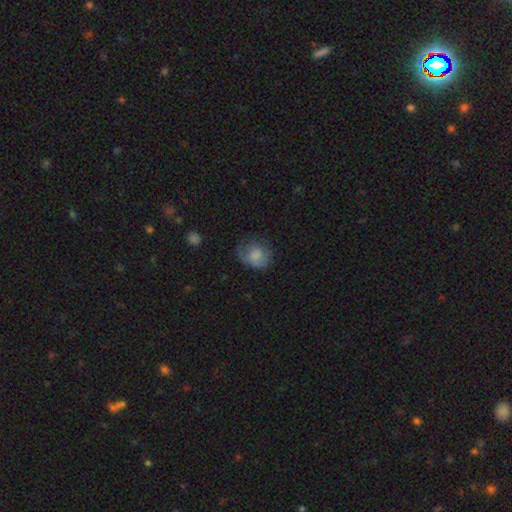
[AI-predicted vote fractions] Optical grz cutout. It shows a smooth galaxy with no disk features (73%) that is round (61%). Merging: none (51%).